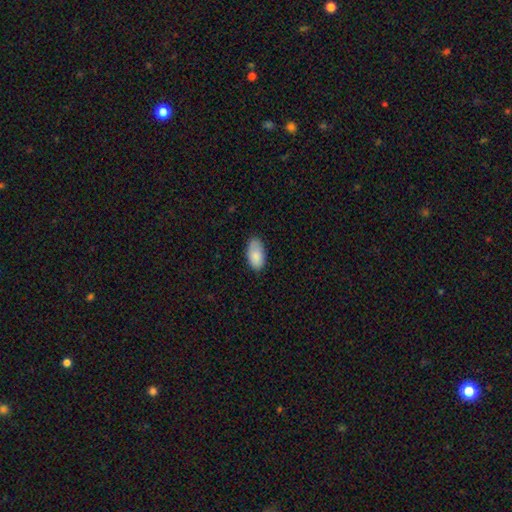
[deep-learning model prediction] Smooth or featured? Predicted: smooth (p=0.87). How rounded? Predicted: in between (p=0.95). Merging? Predicted: none (p=0.74).